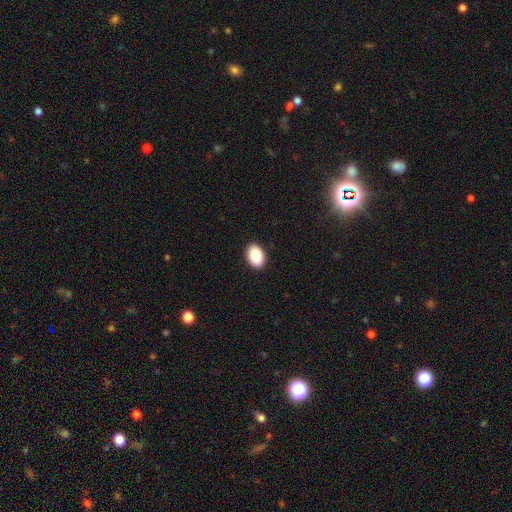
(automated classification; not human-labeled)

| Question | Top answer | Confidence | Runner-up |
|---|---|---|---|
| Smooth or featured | smooth | 90% | star or artifact (7%) |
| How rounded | in between | 88% | round (11%) |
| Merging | none | 90% | minor disturbance (7%) |